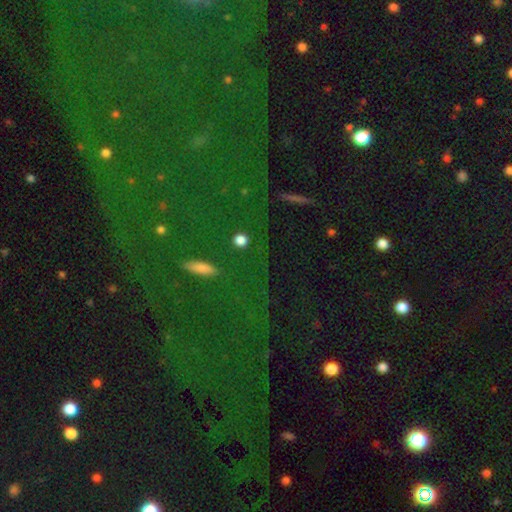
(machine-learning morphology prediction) Smooth or featured?
  - star or artifact: 73% *
  - smooth: 14%
  - featured or disk: 13%